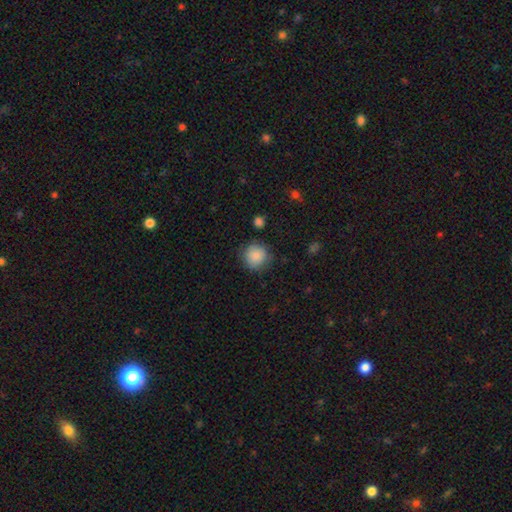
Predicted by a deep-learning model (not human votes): Q: Smooth or featured?
A: smooth (85%); runner-up: star or artifact (8%)
Q: How rounded?
A: round (93%); runner-up: in between (6%)
Q: Merging?
A: none (82%); runner-up: minor disturbance (13%)